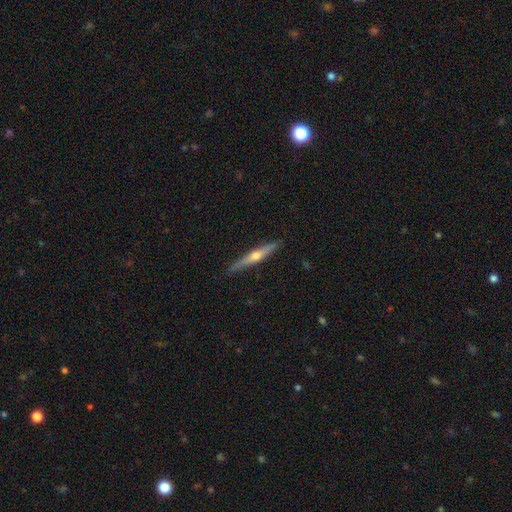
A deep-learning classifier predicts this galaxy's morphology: Overall: featured or disk (67%; smooth 27%). Edge-on disk: yes (97%). Edge-on bulge: rounded (89%). Merging: none (88%).